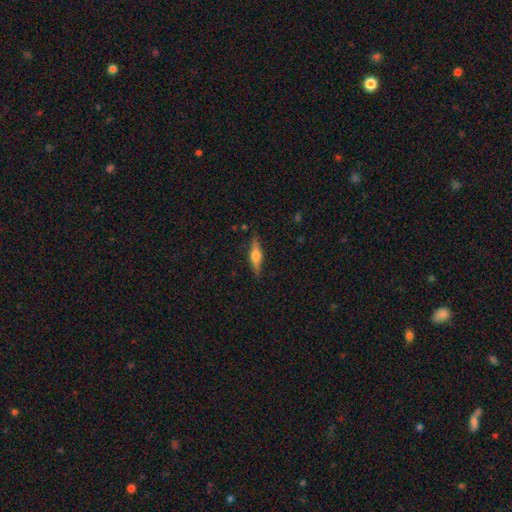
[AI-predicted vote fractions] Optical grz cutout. It shows a featured or disk galaxy (57%) viewed edge-on (95%) with a rounded central bulge (91%). Merging: none (86%).